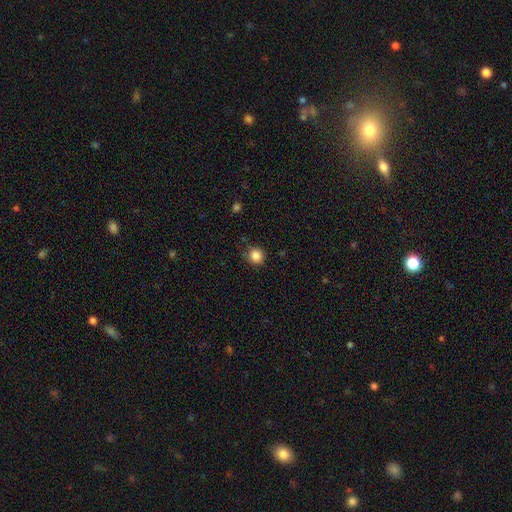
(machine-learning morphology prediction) This is clearly a smooth galaxy (85%). How rounded: clearly round (93%). Merging: clearly none (85%).